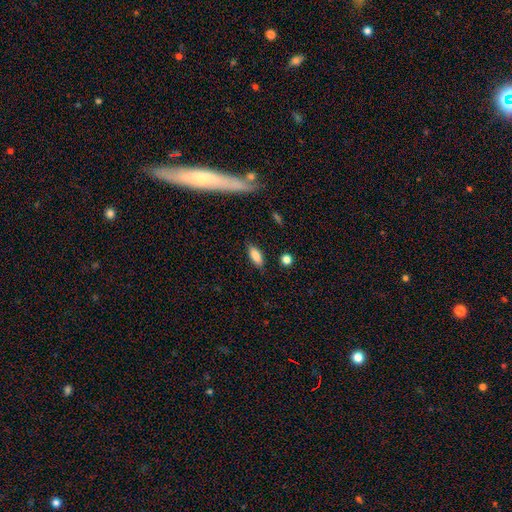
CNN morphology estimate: Smooth or featured? Predicted: smooth (p=0.82). How rounded? Predicted: in between (p=0.74). Merging? Predicted: none (p=0.83).